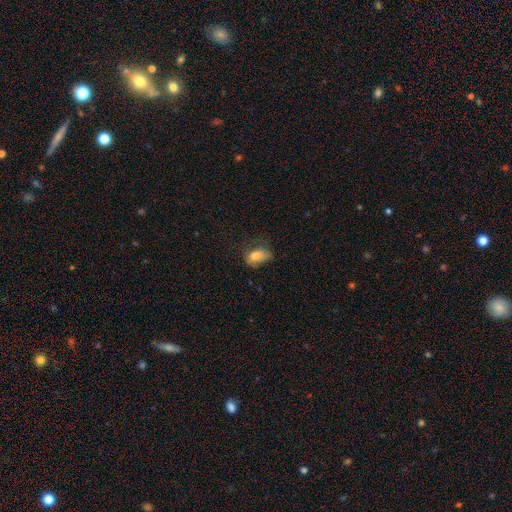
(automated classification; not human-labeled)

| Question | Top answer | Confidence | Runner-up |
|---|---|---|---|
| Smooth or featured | smooth | 75% | featured or disk (15%) |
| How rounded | in between | 82% | round (15%) |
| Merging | none | 40% | minor disturbance (33%) |